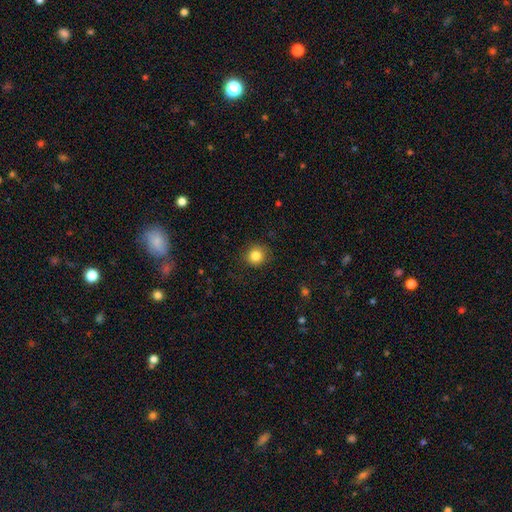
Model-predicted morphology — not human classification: smooth-or-featured: smooth: 84% | star or artifact: 11% | featured or disk: 5%
  how-rounded: round: 91% | in between: 8% | cigar-shaped: 1%
  merging: none: 89% | minor disturbance: 8% | major disturbance: 3% | merger: 1%